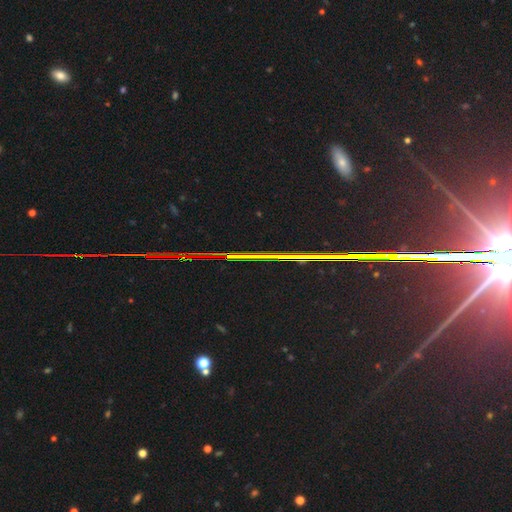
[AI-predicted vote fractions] A star or artifact, not a galaxy (86%).

Vote fractions:
- Smooth or featured? star or artifact: 86% / featured or disk: 8% / smooth: 6%